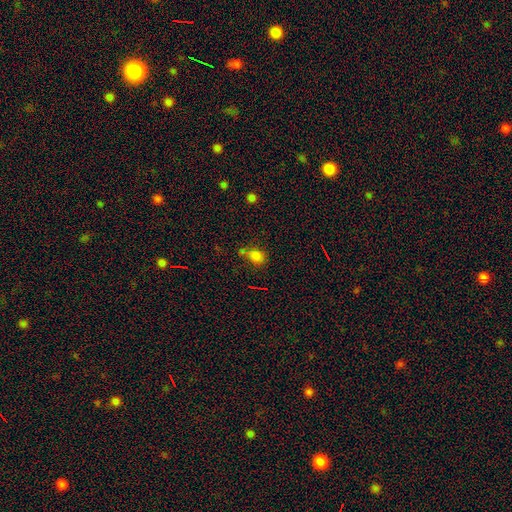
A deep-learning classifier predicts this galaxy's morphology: A smooth galaxy with no disk features (74%) that is round (51%).

Vote fractions:
- Smooth or featured? smooth: 74% / star or artifact: 20% / featured or disk: 6%
- How rounded? round: 51% / in between: 47% / cigar-shaped: 2%
- Merging? none: 53% / minor disturbance: 21% / merger: 17% / major disturbance: 10%